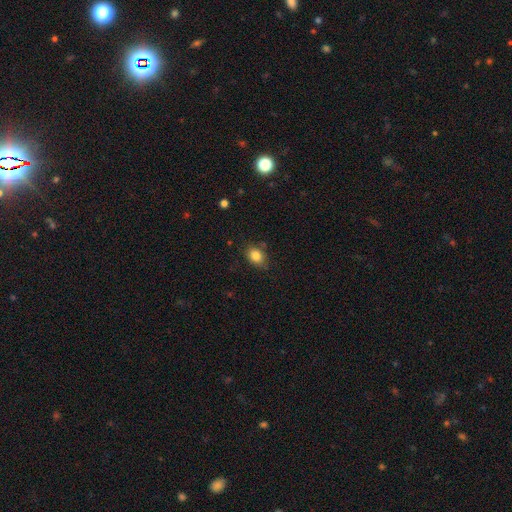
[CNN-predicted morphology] This appears to be a smooth galaxy with no disk features (84%) that is in between round and cigar-shaped (63%). Merging: none (78%).